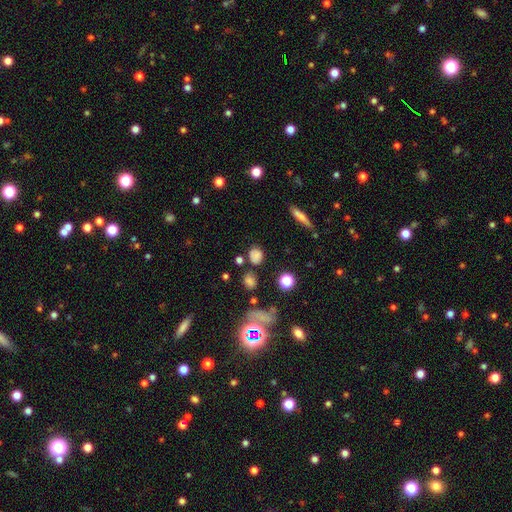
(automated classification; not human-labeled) Smooth or featured?
  - smooth: 72% *
  - star or artifact: 19%
  - featured or disk: 9%
How rounded?
  - round: 67% *
  - in between: 31%
  - cigar-shaped: 3%
Merging?
  - none: 72% *
  - minor disturbance: 15%
  - merger: 8%
  - major disturbance: 6%